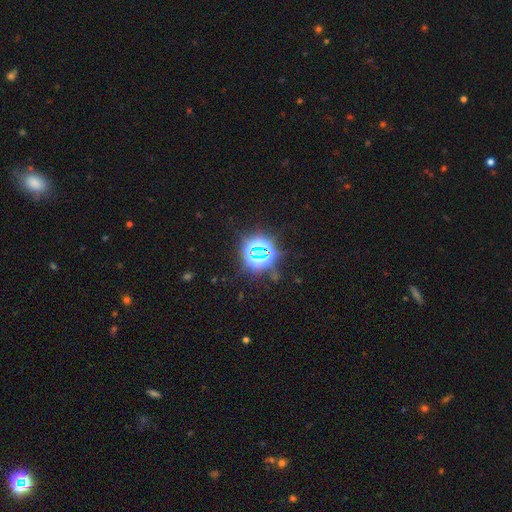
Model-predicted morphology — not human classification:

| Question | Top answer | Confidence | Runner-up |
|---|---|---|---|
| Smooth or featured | star or artifact | 80% | smooth (12%) |